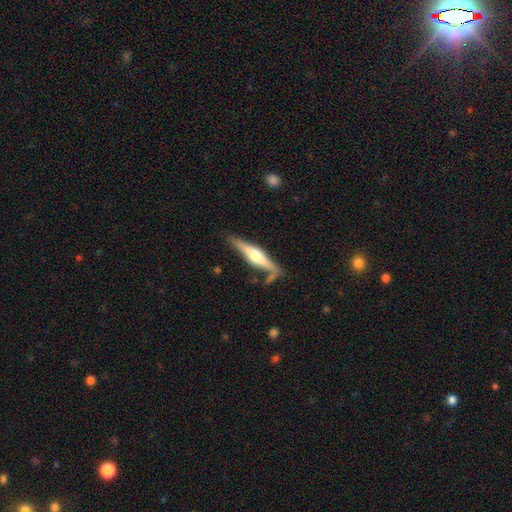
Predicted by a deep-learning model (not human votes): The model was most divided on "smooth or featured": featured or disk: 65%, smooth: 30%, star or artifact: 5%. More confident: edge-on disk — yes (95%); edge-on bulge — rounded (87%); merging — none (69%).